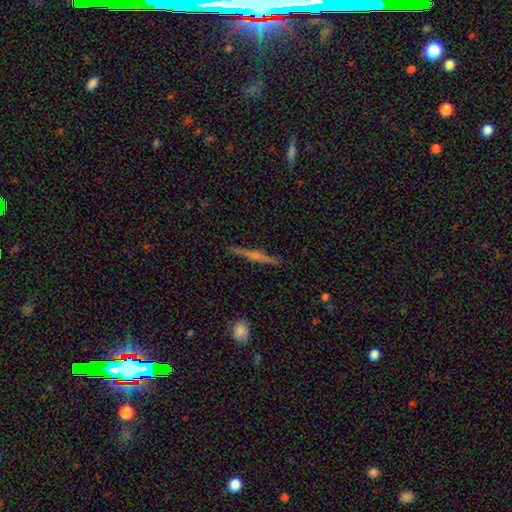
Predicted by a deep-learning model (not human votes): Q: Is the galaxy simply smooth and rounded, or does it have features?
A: featured or disk — 72%.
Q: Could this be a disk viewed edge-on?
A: yes — 98%.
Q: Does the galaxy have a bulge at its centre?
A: rounded — 74%.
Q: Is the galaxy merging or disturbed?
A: none — 90%.